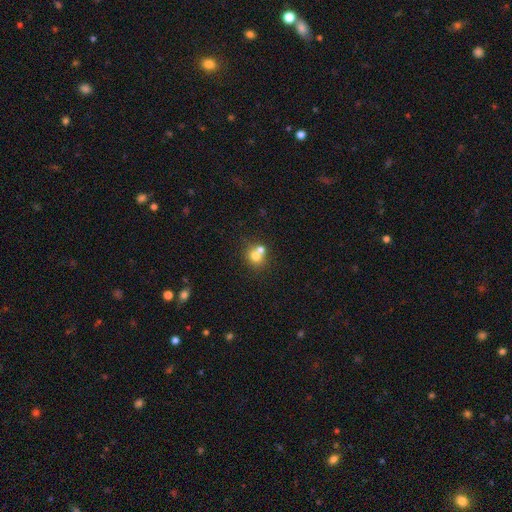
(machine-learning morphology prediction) This appears to be a smooth galaxy with no disk features (72%) that is round (79%). Merging: merger (46%).